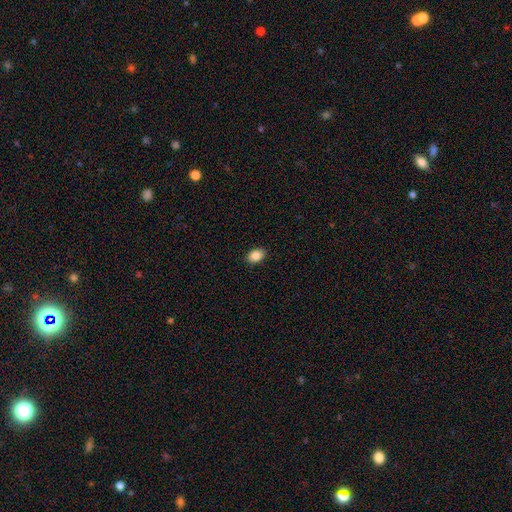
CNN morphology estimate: A smooth galaxy with no disk features (88%) that is in between round and cigar-shaped (80%). Merging: none (90%).